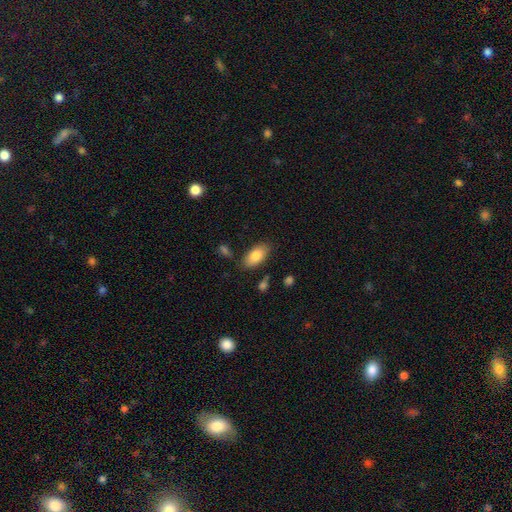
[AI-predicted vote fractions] The model was most divided on "merging": none: 80%, minor disturbance: 13%, merger: 3%, major disturbance: 3%. More confident: how rounded — in between (93%); smooth or featured — smooth (83%).